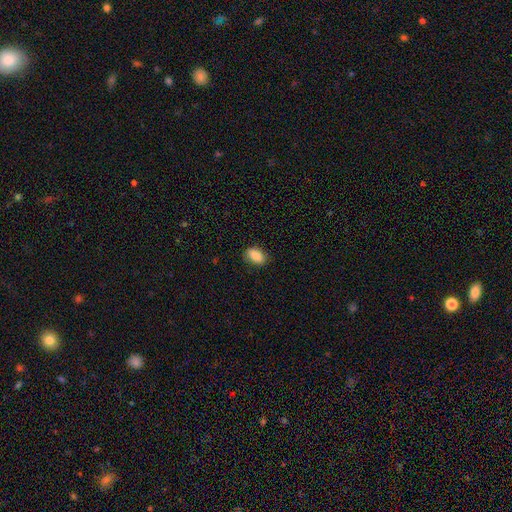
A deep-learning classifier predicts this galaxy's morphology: Q: Smooth or featured?
A: smooth (87%); runner-up: star or artifact (8%)
Q: How rounded?
A: in between (86%); runner-up: round (11%)
Q: Merging?
A: none (85%); runner-up: minor disturbance (12%)